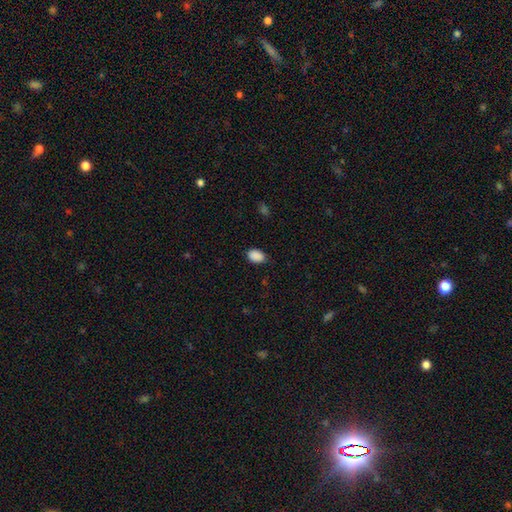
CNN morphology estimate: Q: Smooth or featured?
A: smooth (89%); runner-up: star or artifact (8%)
Q: How rounded?
A: in between (84%); runner-up: round (15%)
Q: Merging?
A: none (77%); runner-up: minor disturbance (18%)